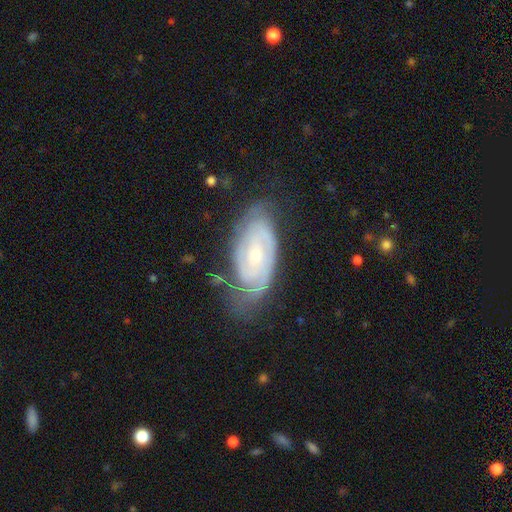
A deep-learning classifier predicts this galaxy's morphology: smooth-or-featured: featured or disk: 85% | smooth: 10% | star or artifact: 5%
  disk-edge-on: no: 95% | yes: 5%
    bar: no: 58% | weak: 34% | strong: 8%
    has-spiral-arms: yes: 96% | no: 4%
      spiral-winding: tight: 73% | medium: 23% | loose: 4%
      spiral-arm-count: 2: 51% | can't tell: 23% | 3: 15% | 4: 4% | 1: 4% | more than 4: 3%
    bulge-size: small: 61% | moderate: 34% | none: 2% | large: 1% | dominant: 1%
  merging: none: 69% | minor disturbance: 23% | major disturbance: 7% | merger: 2%